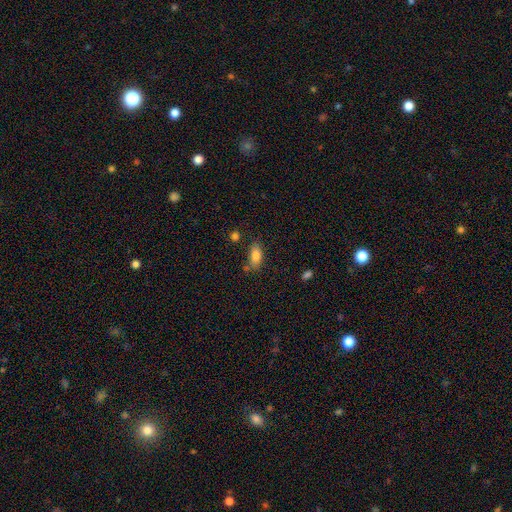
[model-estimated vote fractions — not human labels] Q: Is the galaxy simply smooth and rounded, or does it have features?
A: smooth — 80%.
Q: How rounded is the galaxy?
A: in between — 86%.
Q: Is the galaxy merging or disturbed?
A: none — 68%.